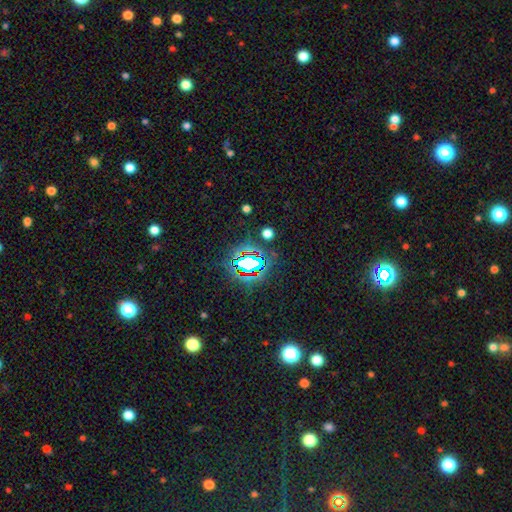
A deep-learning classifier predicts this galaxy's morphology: smooth-or-featured: star or artifact: 77% | smooth: 14% | featured or disk: 8%